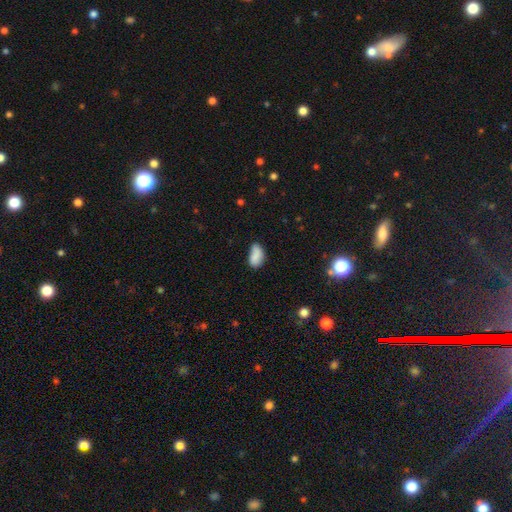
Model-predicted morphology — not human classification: This is clearly a smooth galaxy (83%). How rounded: clearly in between (91%). Merging: possibly none (53%).